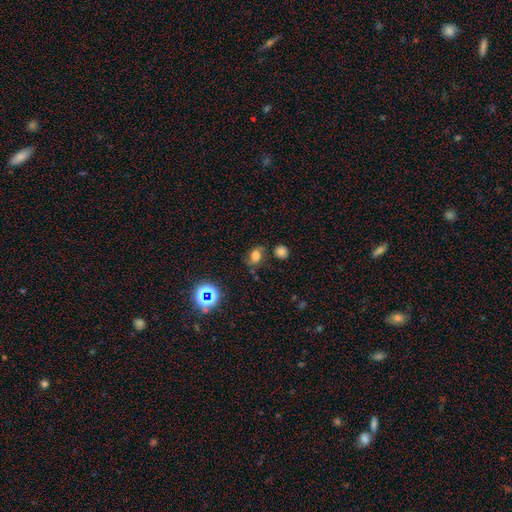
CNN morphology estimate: Q: Smooth or featured?
A: smooth (58%); runner-up: featured or disk (22%)
Q: How rounded?
A: in between (63%); runner-up: round (35%)
Q: Merging?
A: none (63%); runner-up: minor disturbance (21%)